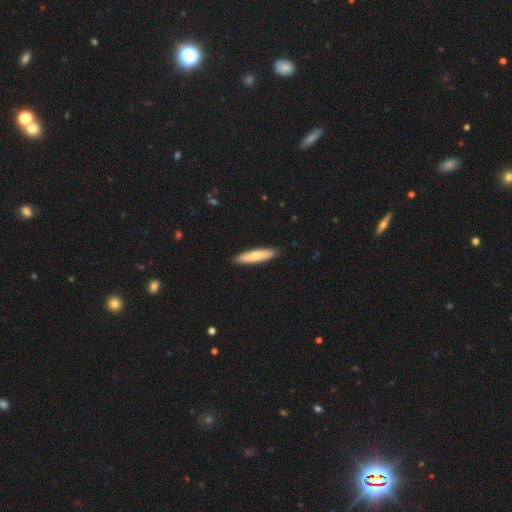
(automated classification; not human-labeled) This appears to be a smooth galaxy with no disk features (72%) that is cigar-shaped (78%). Merging: none (90%).